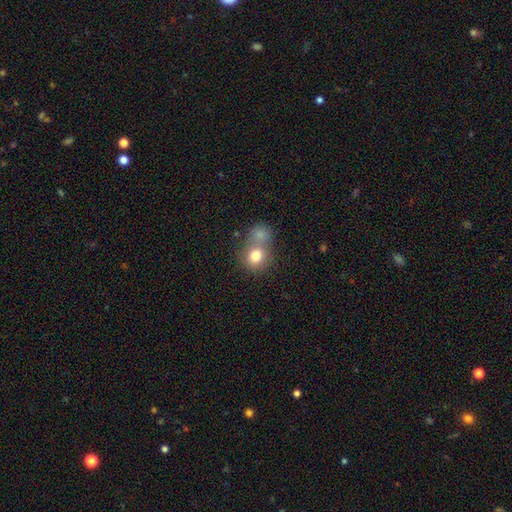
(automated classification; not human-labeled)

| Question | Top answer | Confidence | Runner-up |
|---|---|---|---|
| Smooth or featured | smooth | 78% | featured or disk (12%) |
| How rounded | round | 72% | in between (27%) |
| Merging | merger | 47% | none (39%) |